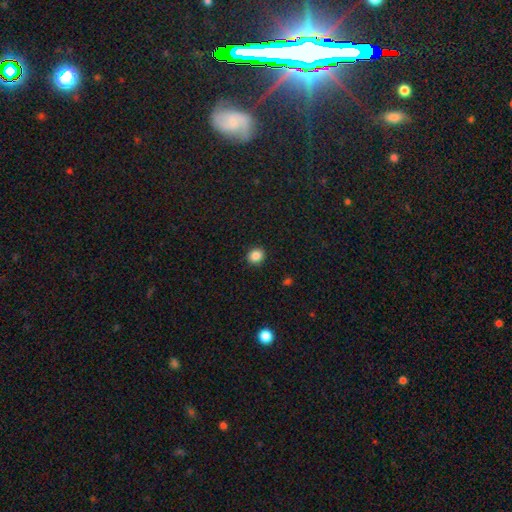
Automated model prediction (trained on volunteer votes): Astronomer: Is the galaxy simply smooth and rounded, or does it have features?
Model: smooth — 86%.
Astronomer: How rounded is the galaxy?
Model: round — 78%.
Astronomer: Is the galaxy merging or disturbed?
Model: none — 91%.